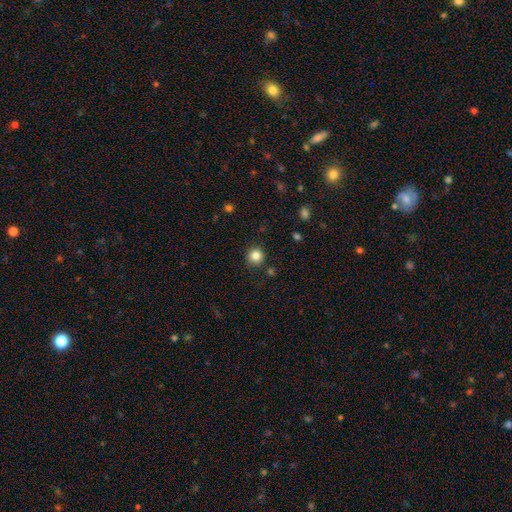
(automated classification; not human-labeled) This appears to be a smooth galaxy with no disk features (84%) that is round (93%). Merging: none (88%).